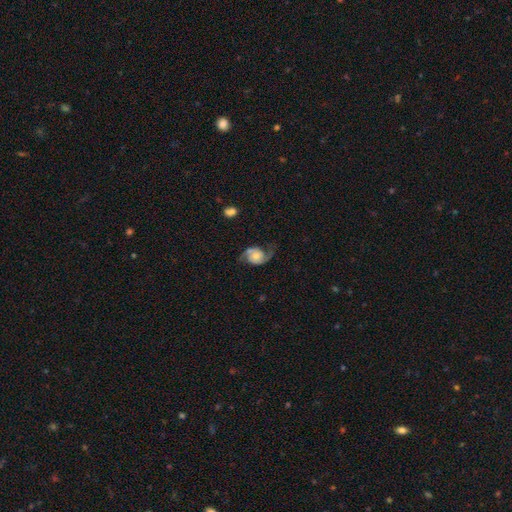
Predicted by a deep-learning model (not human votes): A featured or disk galaxy (81%) with no bar (73%), 2 (92%) loose (45%) spiral arms (95%) and a moderate central bulge (47%).

Vote fractions:
- Smooth or featured? featured or disk: 81% / smooth: 12% / star or artifact: 6%
- Edge-on disk? no: 98% / yes: 2%
- Bar? no: 73% / weak: 22% / strong: 5%
- Spiral arms? yes: 95% / no: 5%
- Spiral winding? loose: 45% / medium: 41% / tight: 14%
- Spiral arm count? 2: 92% / can't tell: 3% / 1: 3% / 3: 1% / 4: 1% / more than 4: 1%
- Bulge size? moderate: 47% / small: 38% / large: 7% / none: 5% / dominant: 2%
- Merging? none: 68% / minor disturbance: 18% / major disturbance: 12% / merger: 2%